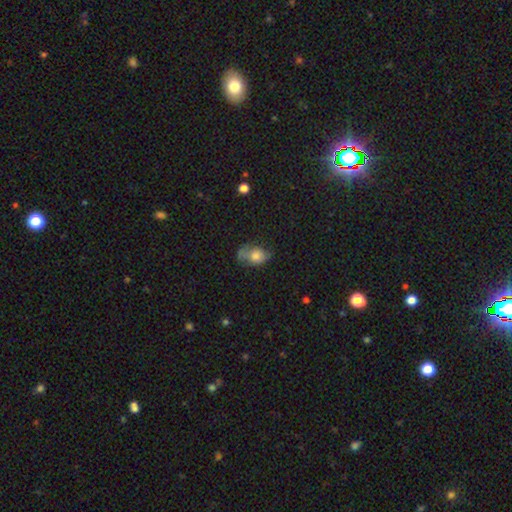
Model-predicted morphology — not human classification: smooth_or_featured: smooth (p=0.67) [alt: featured or disk p=0.23]
how_rounded: in between (p=0.76) [alt: round p=0.22]
merging: none (p=0.39) [alt: minor disturbance p=0.33]